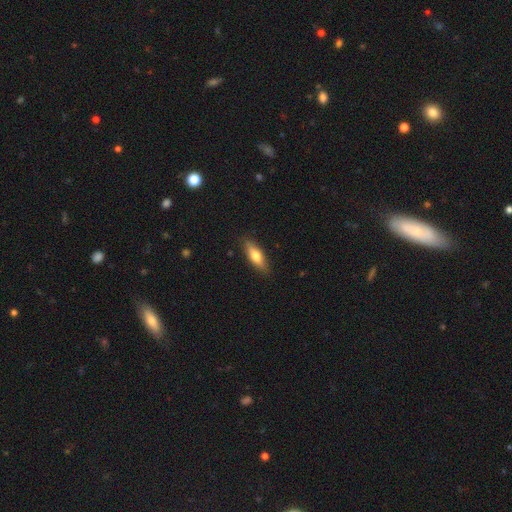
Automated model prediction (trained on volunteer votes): smooth 66%, featured or disk 28%, star or artifact 6%. Down the decision tree: how rounded — in between (54%); merging — none (86%).